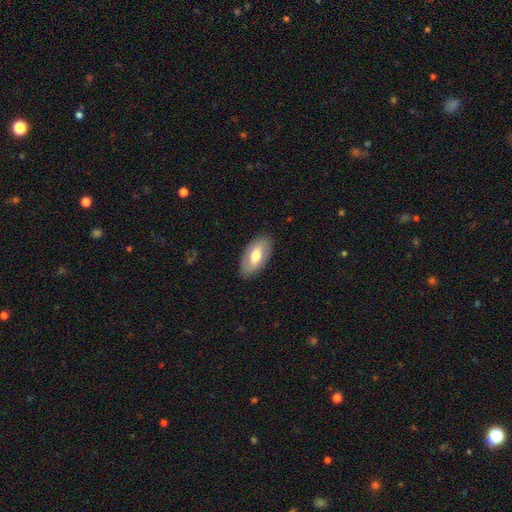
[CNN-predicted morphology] Overall: smooth (61%; featured or disk 33%). How rounded: in between (93%). Merging: none (86%).